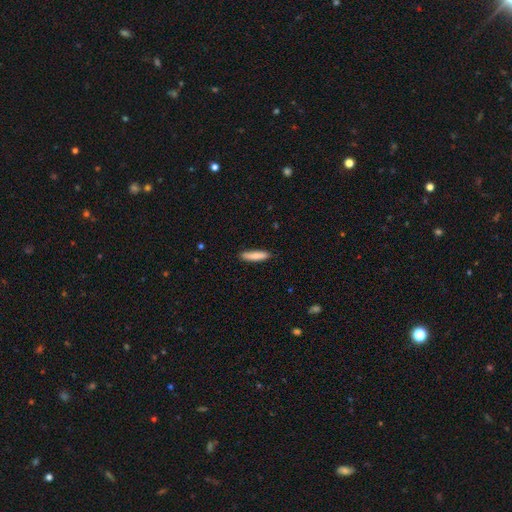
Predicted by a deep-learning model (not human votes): The model was most divided on "how rounded": cigar-shaped: 82%, in between: 17%, round: 1%. More confident: merging — none (85%); smooth or featured — smooth (85%).